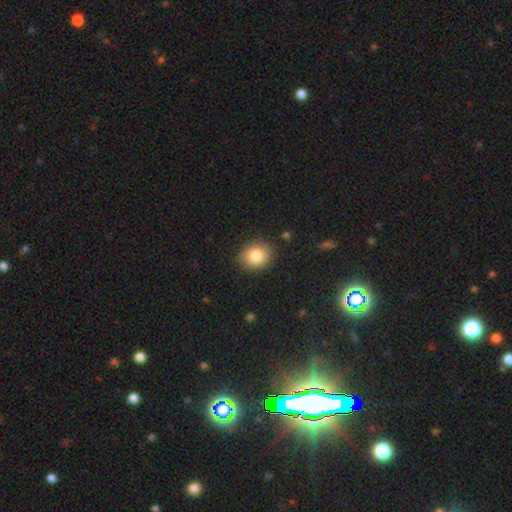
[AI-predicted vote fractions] Smooth or featured?
  - smooth: 85% *
  - star or artifact: 9%
  - featured or disk: 6%
How rounded?
  - round: 68% *
  - in between: 31%
  - cigar-shaped: 1%
Merging?
  - none: 87% *
  - minor disturbance: 9%
  - major disturbance: 2%
  - merger: 1%